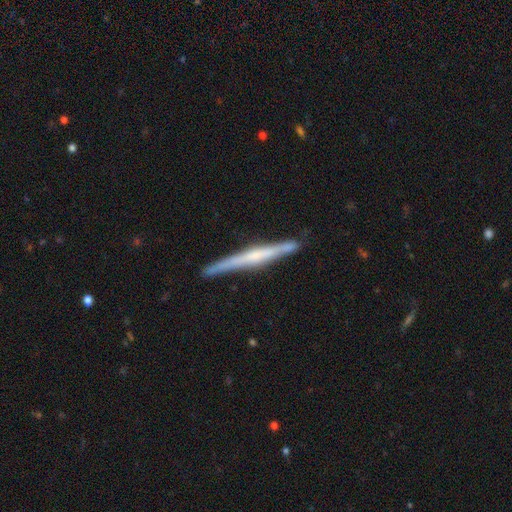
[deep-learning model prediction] A featured or disk galaxy (68%) viewed edge-on (97%) with no central bulge (41%).

Vote fractions:
- Smooth or featured? featured or disk: 68% / smooth: 27% / star or artifact: 6%
- Edge-on disk? yes: 97% / no: 3%
- Edge-on bulge? none: 41% / rounded: 35% / boxy: 23%
- Merging? none: 85% / minor disturbance: 11% / major disturbance: 2% / merger: 2%